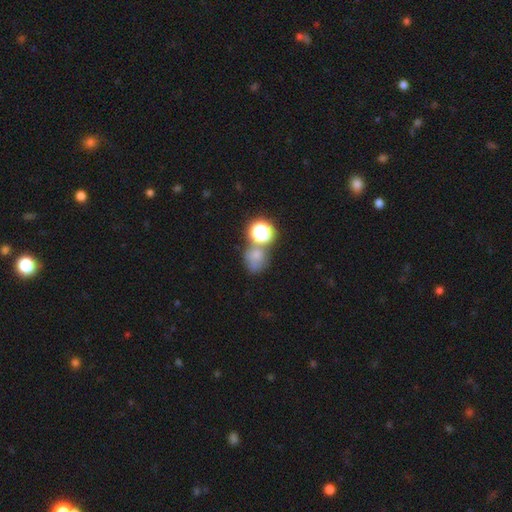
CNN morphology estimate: smooth-or-featured: smooth: 63% | star or artifact: 24% | featured or disk: 13%
  how-rounded: round: 69% | in between: 29% | cigar-shaped: 1%
  merging: none: 46% | merger: 31% | minor disturbance: 15% | major disturbance: 9%